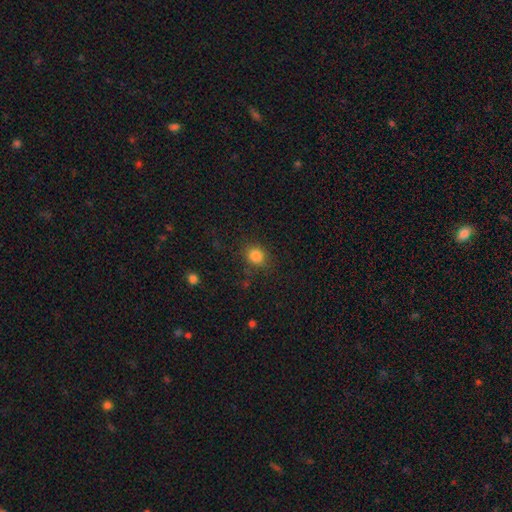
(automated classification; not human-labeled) smooth 83%, star or artifact 12%, featured or disk 5%. Down the decision tree: how rounded — round (80%); merging — none (82%).